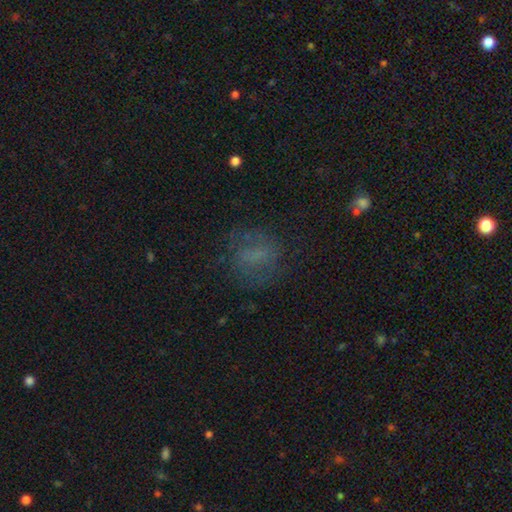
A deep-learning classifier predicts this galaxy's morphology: type=smooth (50%); roundness=round (51%); merging=none (70%).